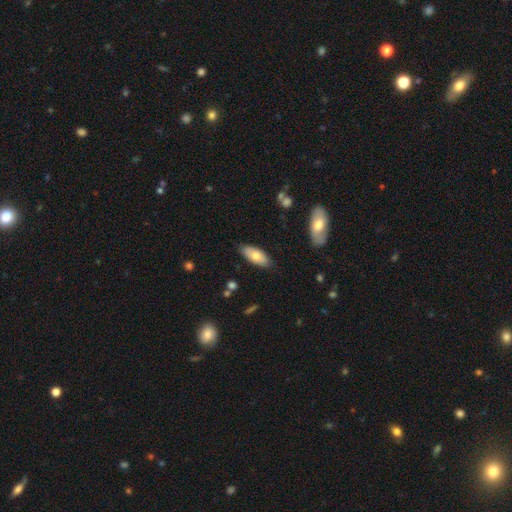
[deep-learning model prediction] This is likely a smooth galaxy (72%). How rounded: clearly in between (84%). Merging: clearly none (84%).